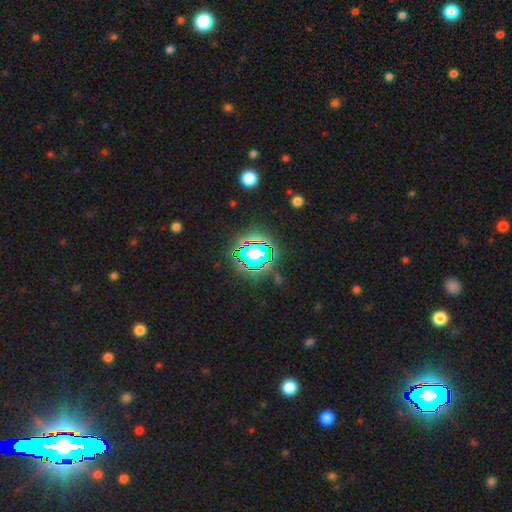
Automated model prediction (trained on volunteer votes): Morphology: type=star or artifact (63%).